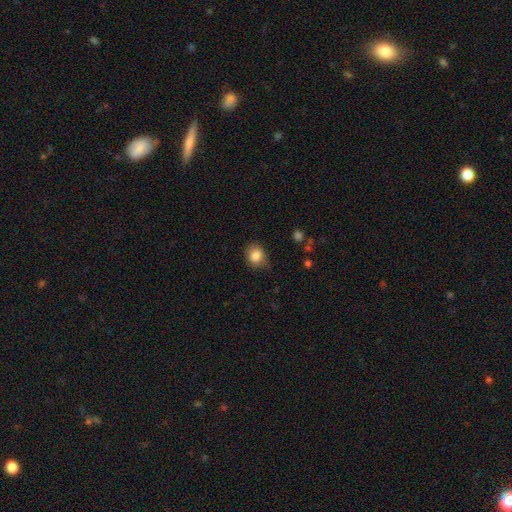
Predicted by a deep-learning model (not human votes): smooth_or_featured: smooth (p=0.84) [alt: star or artifact p=0.10]
how_rounded: round (p=0.68) [alt: in between p=0.31]
merging: none (p=0.72) [alt: minor disturbance p=0.23]